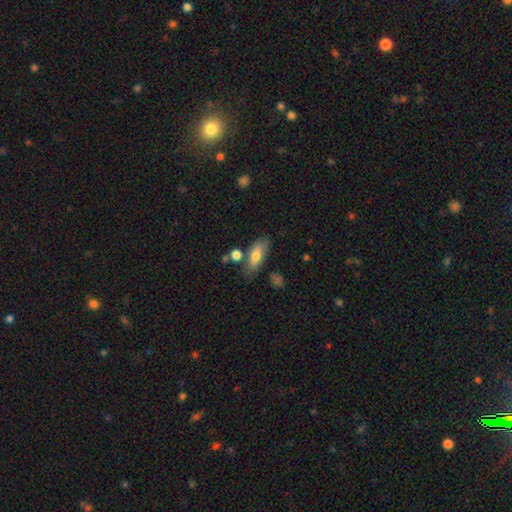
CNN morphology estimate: The model was most divided on "merging": none: 66%, minor disturbance: 18%, merger: 10%, major disturbance: 5%. More confident: how rounded — in between (73%); smooth or featured — smooth (72%).